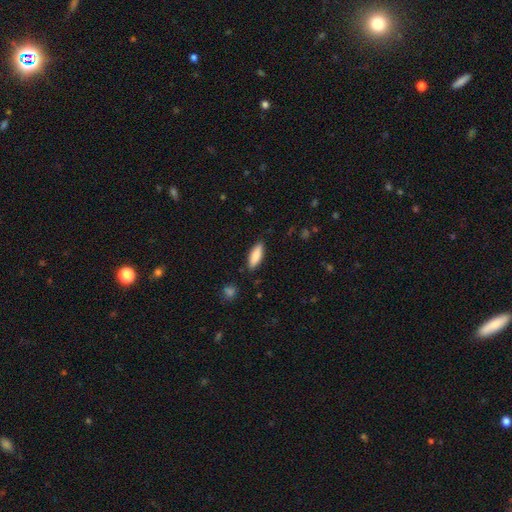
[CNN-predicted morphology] This is clearly a smooth galaxy (84%). How rounded: likely in between (61%). Merging: clearly none (87%).